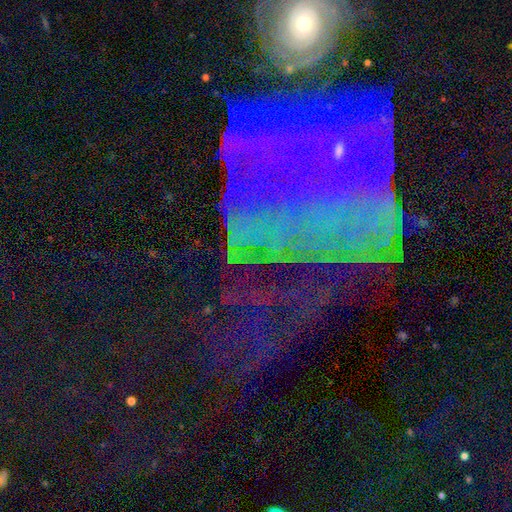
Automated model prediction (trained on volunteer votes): Q: Smooth or featured?
A: star or artifact (67%); runner-up: featured or disk (21%)